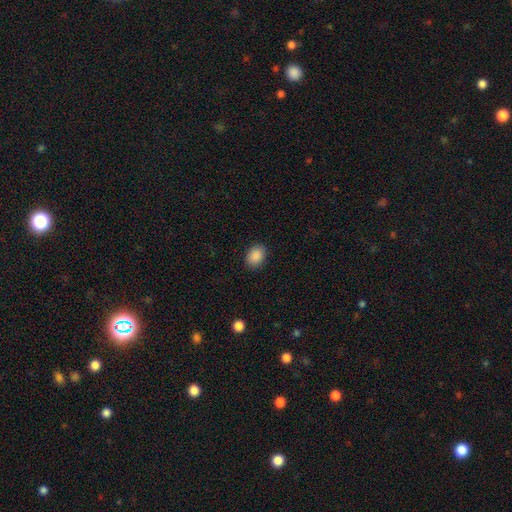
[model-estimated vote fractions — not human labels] smooth 89%, star or artifact 8%, featured or disk 3%. Down the decision tree: how rounded — in between (66%); merging — none (89%).